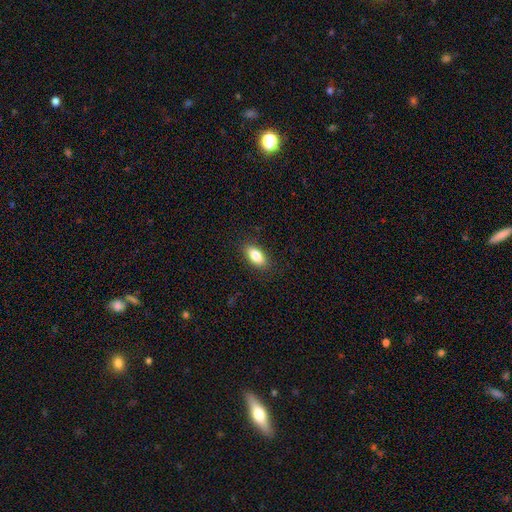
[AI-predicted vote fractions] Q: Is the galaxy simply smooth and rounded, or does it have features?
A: smooth — 83%.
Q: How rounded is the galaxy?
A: in between — 89%.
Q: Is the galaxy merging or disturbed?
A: none — 87%.